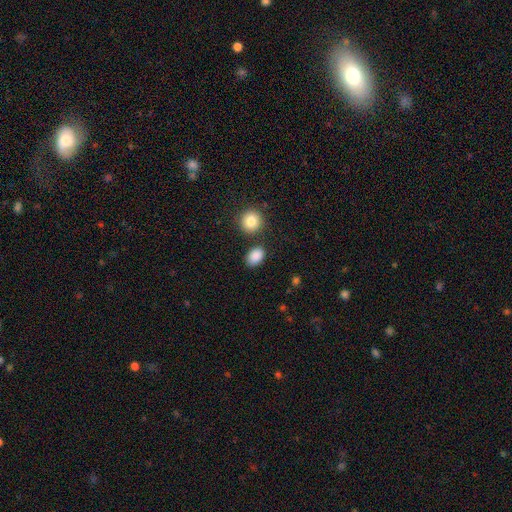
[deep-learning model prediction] smooth 88%, star or artifact 8%, featured or disk 4%. Down the decision tree: how rounded — in between (73%); merging — none (80%).